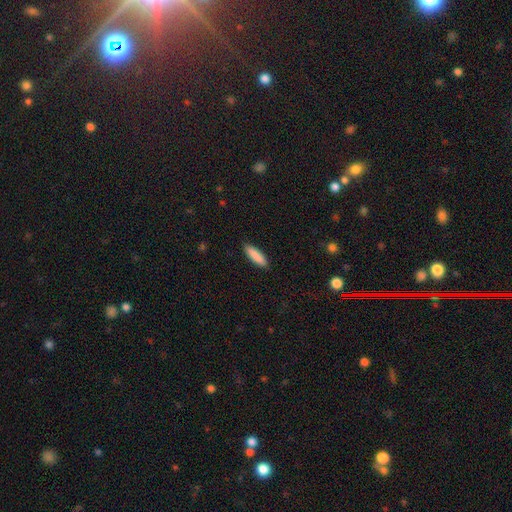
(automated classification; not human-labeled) smooth_or_featured: smooth (p=0.89) [alt: featured or disk p=0.06]
how_rounded: cigar-shaped (p=0.67) [alt: in between p=0.31]
merging: none (p=0.90) [alt: minor disturbance p=0.07]